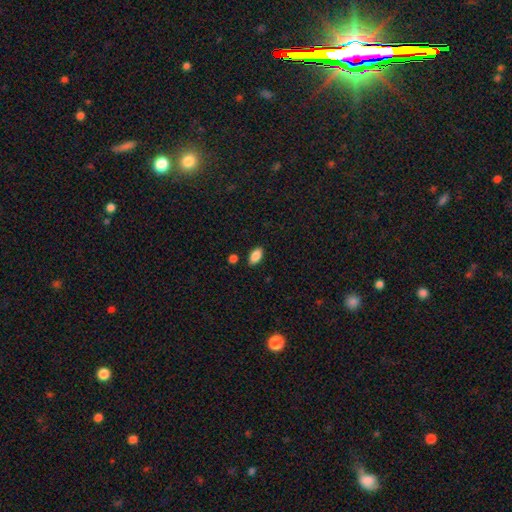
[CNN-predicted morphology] smooth 87%, star or artifact 8%, featured or disk 6%. Down the decision tree: how rounded — in between (93%); merging — none (85%).